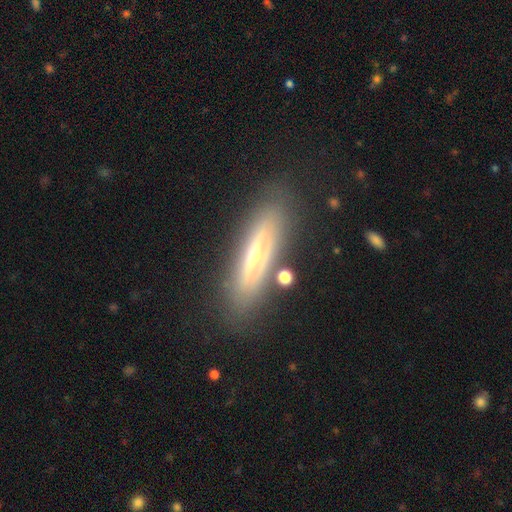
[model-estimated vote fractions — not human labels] Smooth or featured? featured or disk (64%)
Edge-on disk? yes (78%)
Merging? none (82%)